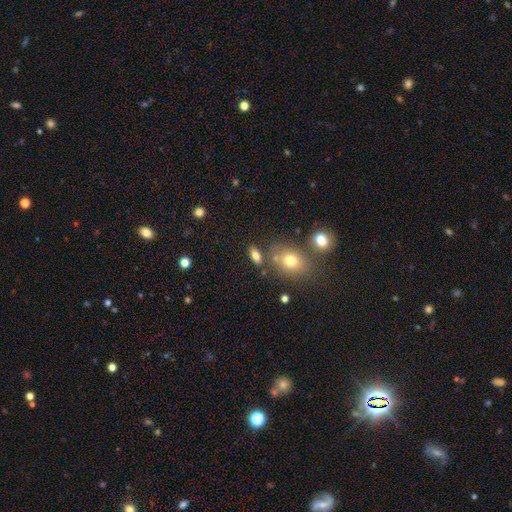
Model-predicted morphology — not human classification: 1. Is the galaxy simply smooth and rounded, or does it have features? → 75% smooth, 15% featured or disk, 11% star or artifact.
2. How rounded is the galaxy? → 80% in between, 10% cigar-shaped, 9% round.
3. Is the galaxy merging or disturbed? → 73% none, 12% minor disturbance, 11% merger, 5% major disturbance.